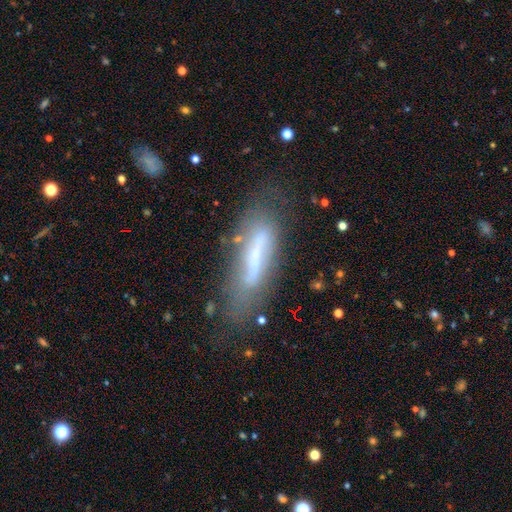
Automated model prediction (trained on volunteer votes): A featured or disk galaxy (49%). Merging: none (64%).